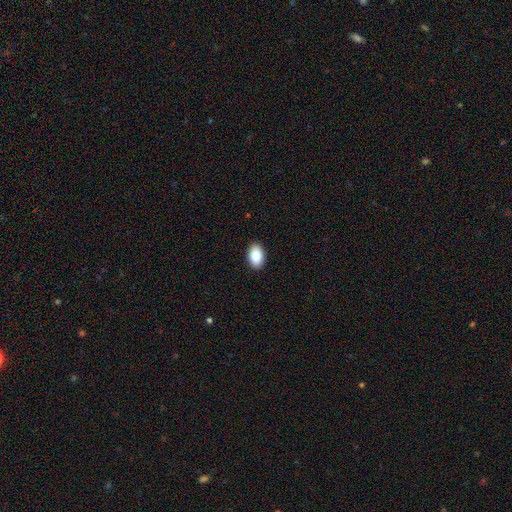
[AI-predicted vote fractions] Smooth or featured?
  - smooth: 86% *
  - star or artifact: 7%
  - featured or disk: 7%
How rounded?
  - in between: 91% *
  - round: 7%
  - cigar-shaped: 1%
Merging?
  - none: 91% *
  - minor disturbance: 7%
  - major disturbance: 2%
  - merger: 1%